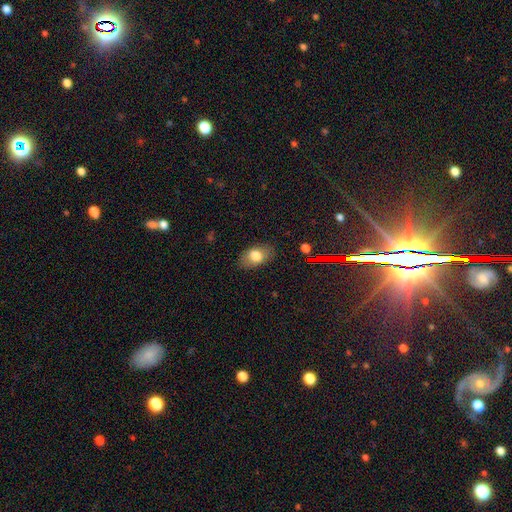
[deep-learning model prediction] Smooth or featured? Predicted: smooth (p=0.74). How rounded? Predicted: in between (p=0.87). Merging? Predicted: none (p=0.81).